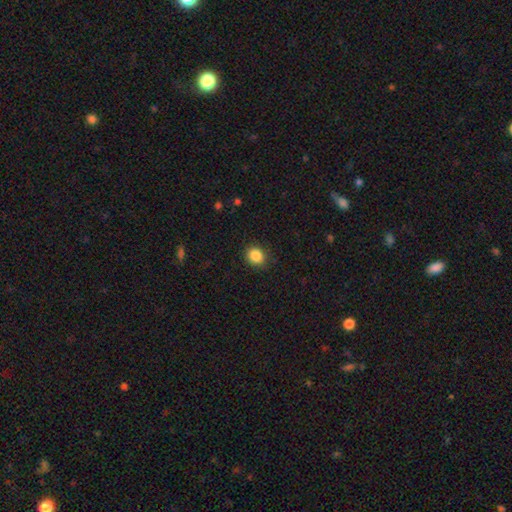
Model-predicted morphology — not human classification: Smooth or featured? smooth (87%)
How rounded? round (75%)
Merging? none (88%)